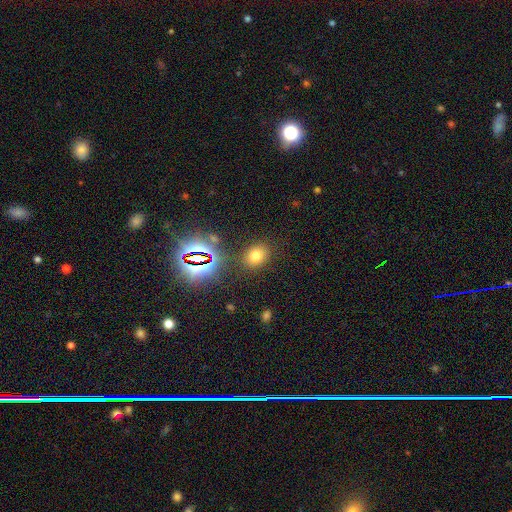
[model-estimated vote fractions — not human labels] Morphology: type=smooth (68%); roundness=in between (52%); merging=none (83%).